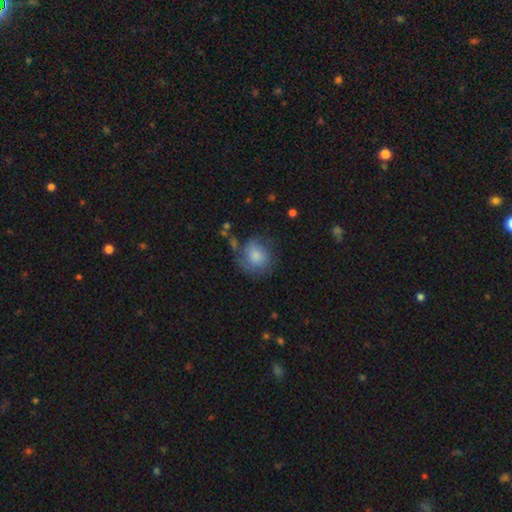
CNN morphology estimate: smooth 72%, featured or disk 20%, star or artifact 8%. Down the decision tree: how rounded — round (71%); merging — none (50%).